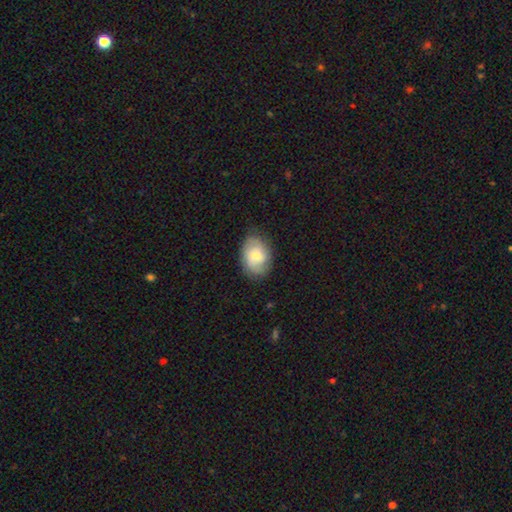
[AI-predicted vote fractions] The model was most divided on "smooth or featured": smooth: 63%, featured or disk: 31%, star or artifact: 7%. More confident: how rounded — in between (78%); merging — none (75%).